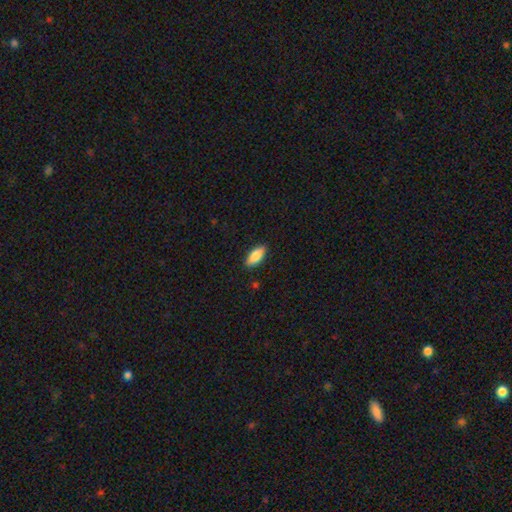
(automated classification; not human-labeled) This is clearly a smooth galaxy (86%). How rounded: clearly in between (84%). Merging: clearly none (89%).